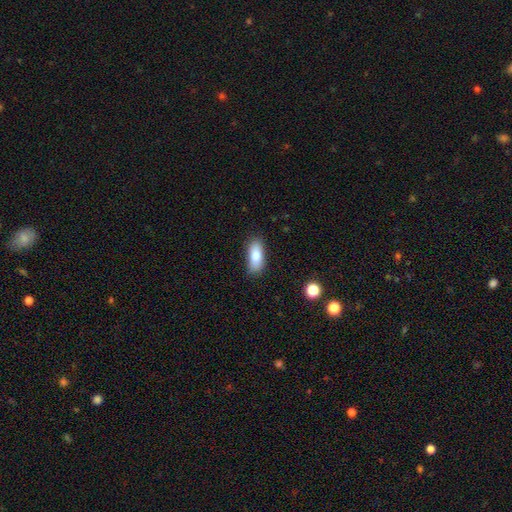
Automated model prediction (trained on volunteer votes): smooth-or-featured: smooth: 80% | featured or disk: 12% | star or artifact: 7%
  how-rounded: in between: 78% | cigar-shaped: 19% | round: 3%
  merging: none: 82% | minor disturbance: 14% | major disturbance: 3% | merger: 1%